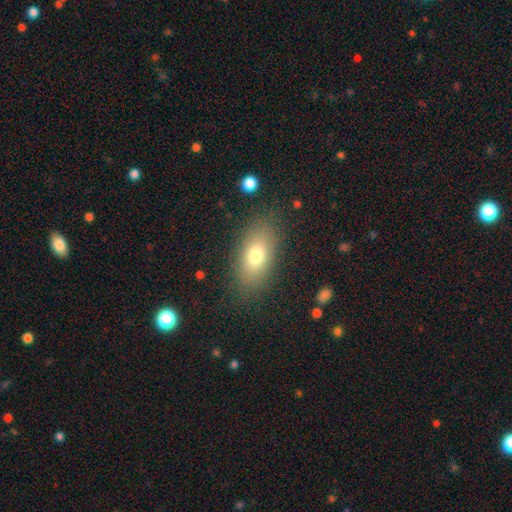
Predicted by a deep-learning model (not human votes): Morphology: type=smooth (75%); roundness=in between (87%); merging=none (84%).